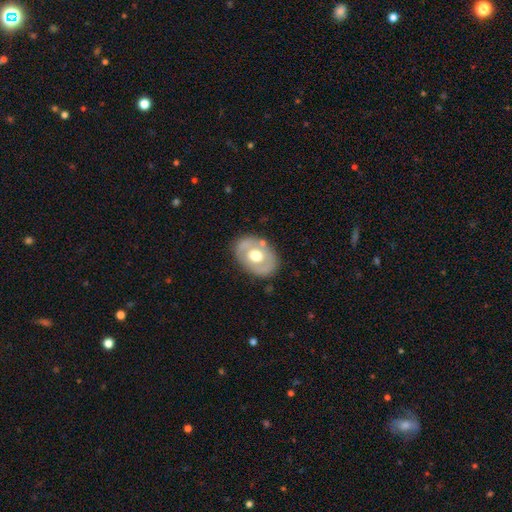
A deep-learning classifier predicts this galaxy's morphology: Smooth or featured? Predicted: featured or disk (p=0.51). Edge-on disk? Predicted: no (p=0.92). Merging? Predicted: none (p=0.79).